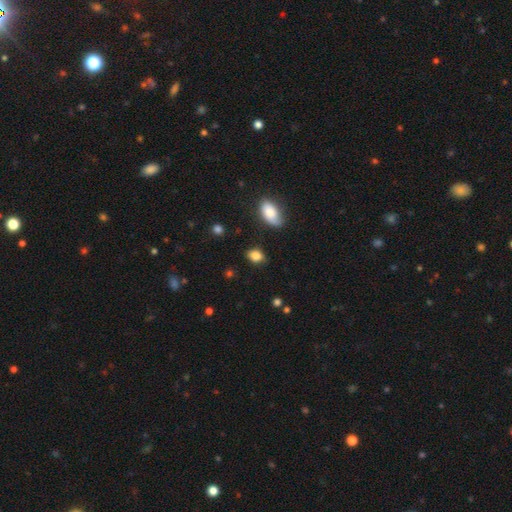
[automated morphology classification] smooth 83%, star or artifact 10%, featured or disk 7%. Down the decision tree: how rounded — in between (74%); merging — none (76%).